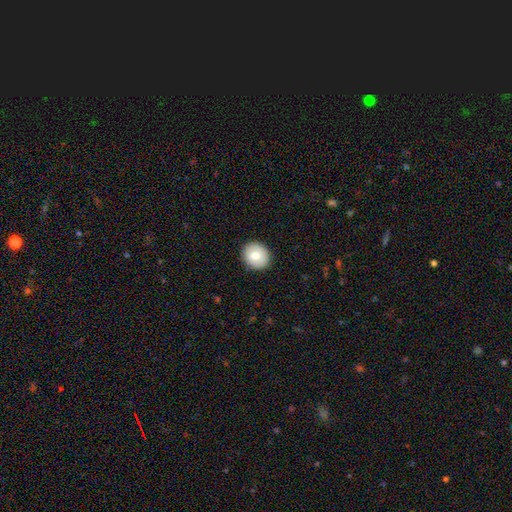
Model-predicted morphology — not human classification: Smooth or featured: smooth — 79% (featured or disk — 14%)
How rounded: round — 74% (in between — 25%)
Merging: none — 90% (minor disturbance — 8%)